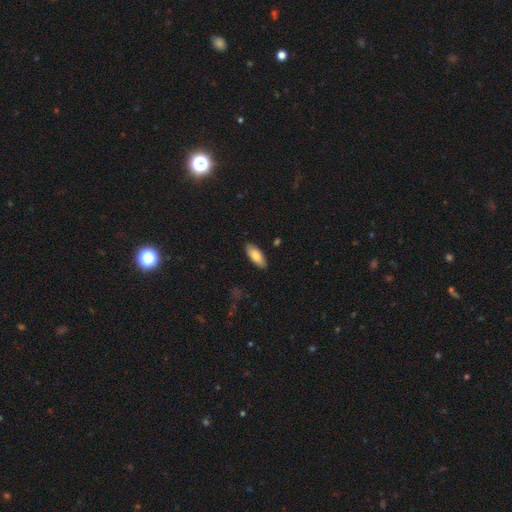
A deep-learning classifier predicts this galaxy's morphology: Q: Smooth or featured?
A: smooth (82%); runner-up: featured or disk (12%)
Q: How rounded?
A: in between (81%); runner-up: cigar-shaped (18%)
Q: Merging?
A: none (87%); runner-up: minor disturbance (9%)